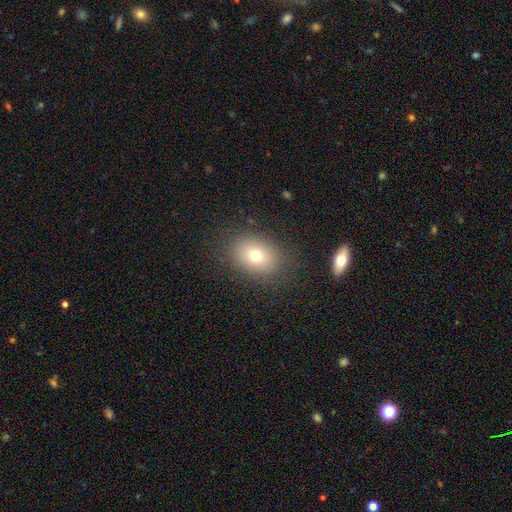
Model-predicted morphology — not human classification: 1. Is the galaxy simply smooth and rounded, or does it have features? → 73% smooth, 14% featured or disk, 13% star or artifact.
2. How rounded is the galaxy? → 60% in between, 39% round, 1% cigar-shaped.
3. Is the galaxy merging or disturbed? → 85% none, 10% minor disturbance, 4% major disturbance, 2% merger.